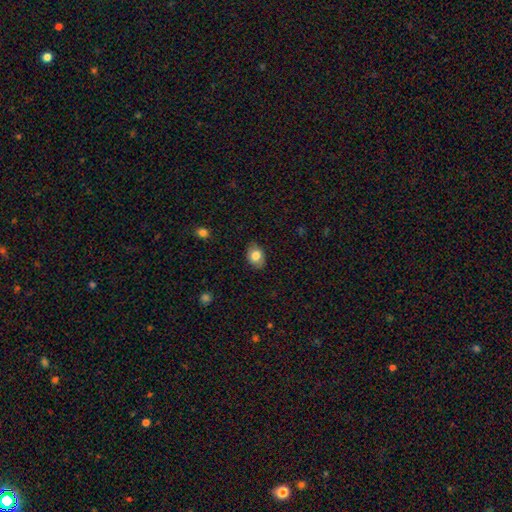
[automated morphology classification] smooth-or-featured: smooth: 80% | featured or disk: 12% | star or artifact: 8%
  how-rounded: in between: 71% | round: 28% | cigar-shaped: 1%
  merging: none: 84% | minor disturbance: 13% | major disturbance: 3% | merger: 1%